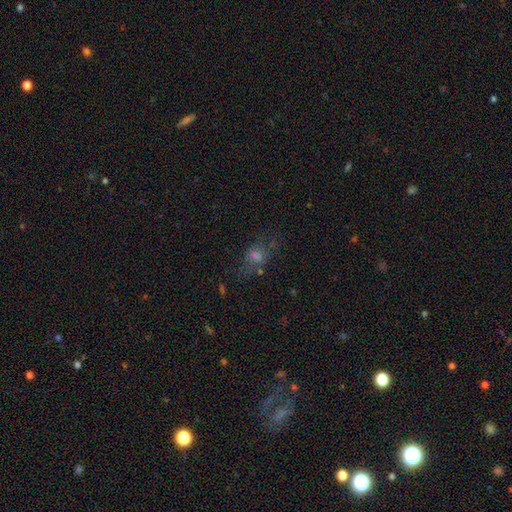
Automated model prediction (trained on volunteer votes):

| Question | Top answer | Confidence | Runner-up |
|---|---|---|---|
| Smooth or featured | smooth | 41% | featured or disk (31%) |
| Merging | none | 56% | major disturbance (20%) |